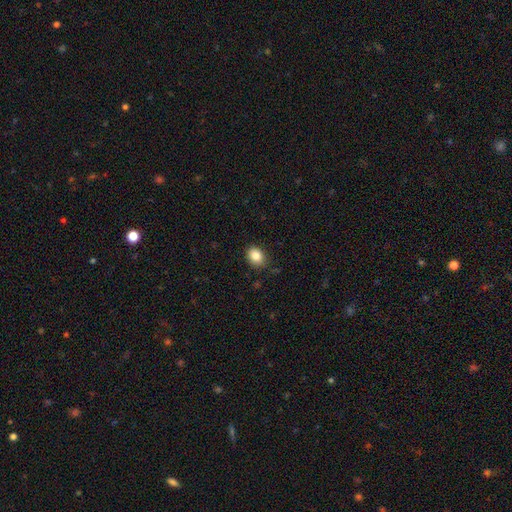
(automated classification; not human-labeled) Q: Smooth or featured?
A: smooth (86%); runner-up: star or artifact (9%)
Q: How rounded?
A: in between (60%); runner-up: round (39%)
Q: Merging?
A: none (85%); runner-up: minor disturbance (12%)